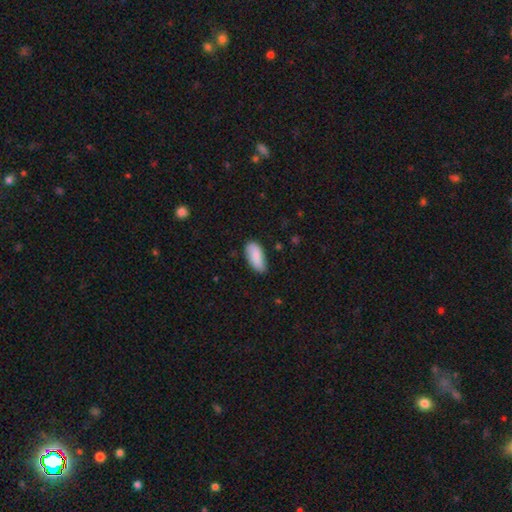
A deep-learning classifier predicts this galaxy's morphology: This appears to be a smooth galaxy with no disk features (82%) that is in between round and cigar-shaped (88%). Merging: none (73%).